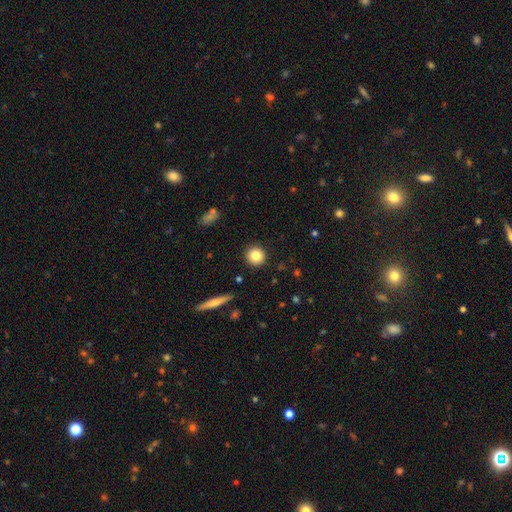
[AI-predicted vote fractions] Morphology: type=smooth (83%); roundness=round (93%); merging=none (91%).